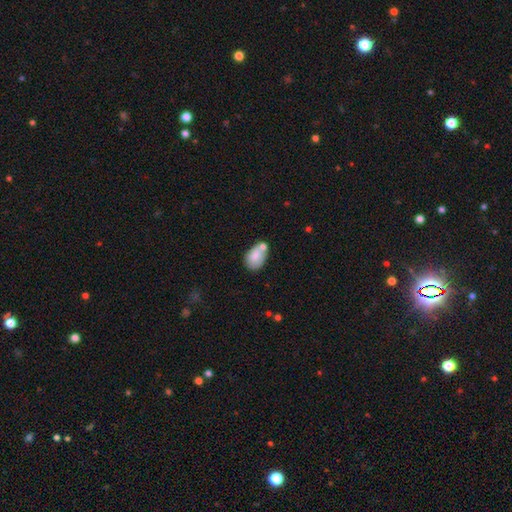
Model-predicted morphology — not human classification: Overall: smooth (76%). How rounded: in between (87%). Merging: none (44%; merger 28%).